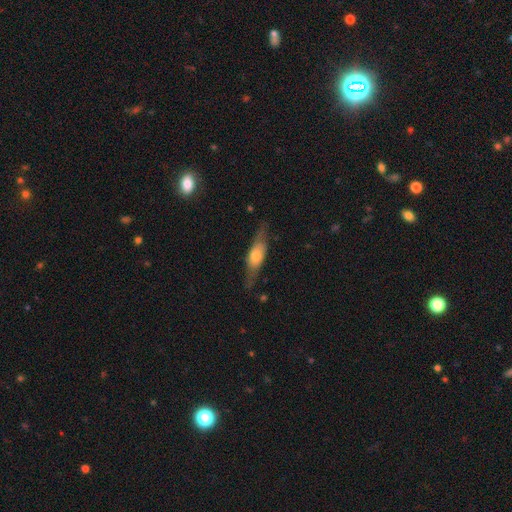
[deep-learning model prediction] Overall: featured or disk (48%; smooth 46%). Merging: none (75%).